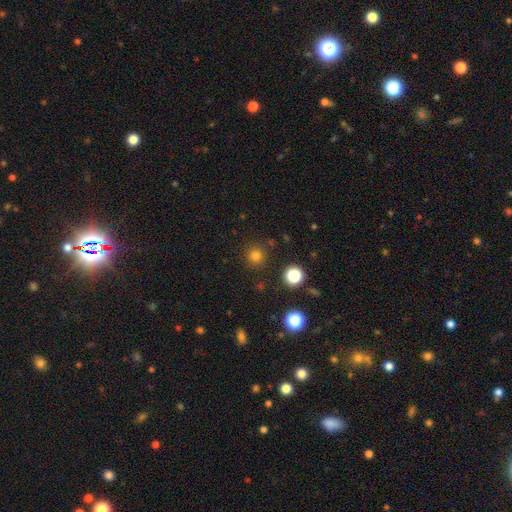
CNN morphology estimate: A smooth galaxy with no disk features (76%) that is round (95%).

Vote fractions:
- Smooth or featured? smooth: 76% / star or artifact: 19% / featured or disk: 5%
- How rounded? round: 95% / in between: 4% / cigar-shaped: 1%
- Merging? none: 88% / minor disturbance: 7% / major disturbance: 3% / merger: 2%